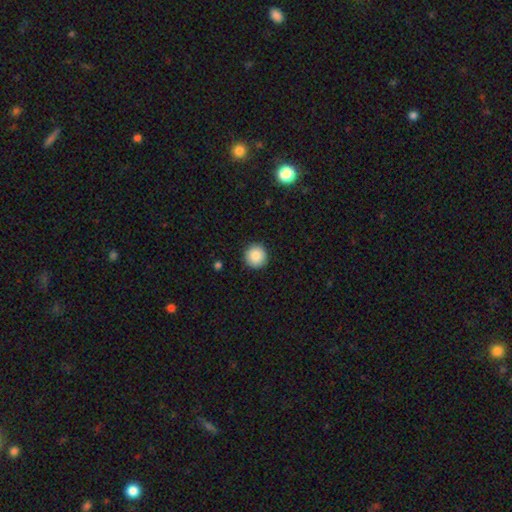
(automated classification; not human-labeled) smooth_or_featured: smooth (p=0.87) [alt: star or artifact p=0.09]
how_rounded: round (p=0.95) [alt: in between p=0.04]
merging: none (p=0.91) [alt: minor disturbance p=0.06]